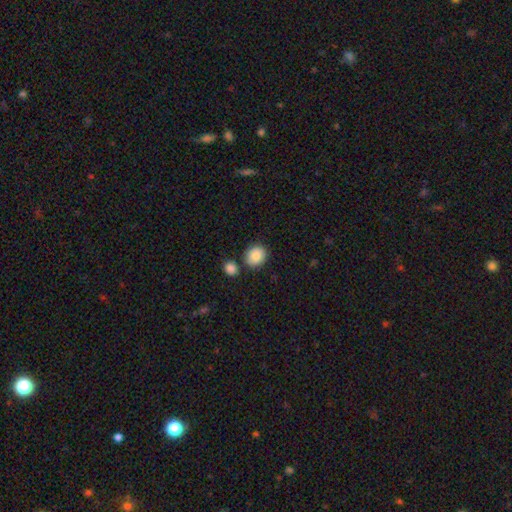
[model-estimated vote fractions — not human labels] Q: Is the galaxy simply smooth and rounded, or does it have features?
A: smooth — 85%.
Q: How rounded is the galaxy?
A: round — 70%.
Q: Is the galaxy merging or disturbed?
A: none — 79%.